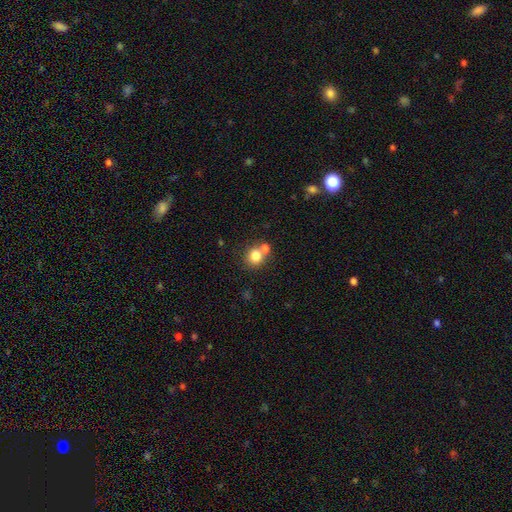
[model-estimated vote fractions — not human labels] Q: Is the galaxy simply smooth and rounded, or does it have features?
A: smooth — 79%.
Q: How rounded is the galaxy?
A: round — 80%.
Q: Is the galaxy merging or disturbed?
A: none — 52%.